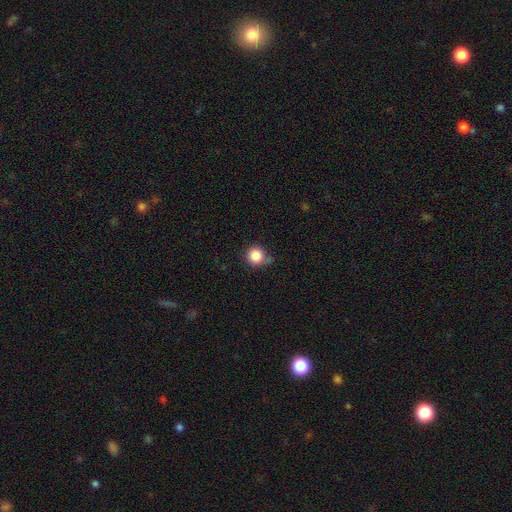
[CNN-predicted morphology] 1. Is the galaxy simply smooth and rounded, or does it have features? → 86% smooth, 10% star or artifact, 4% featured or disk.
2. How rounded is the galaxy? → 94% round, 5% in between, 1% cigar-shaped.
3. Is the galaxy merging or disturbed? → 68% none, 20% minor disturbance, 6% merger, 5% major disturbance.